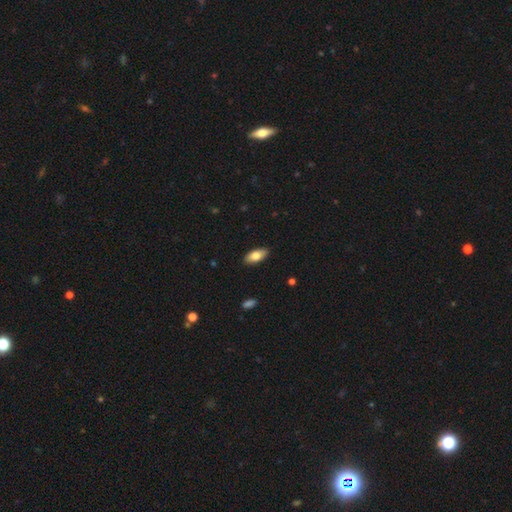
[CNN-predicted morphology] smooth_or_featured: smooth (p=0.79) [alt: featured or disk p=0.15]
how_rounded: in between (p=0.89) [alt: cigar-shaped p=0.09]
merging: none (p=0.89) [alt: minor disturbance p=0.08]